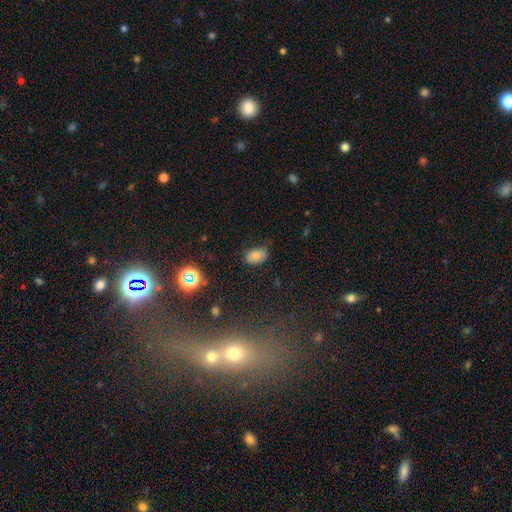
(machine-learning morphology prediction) This appears to be a smooth galaxy with no disk features (70%) that is in between round and cigar-shaped (86%). Merging: none (72%).